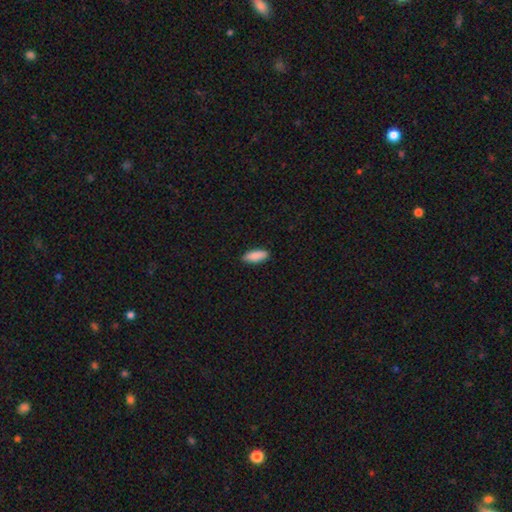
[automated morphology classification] Smooth or featured? Predicted: smooth (p=0.90). How rounded? Predicted: in between (p=0.74). Merging? Predicted: none (p=0.88).